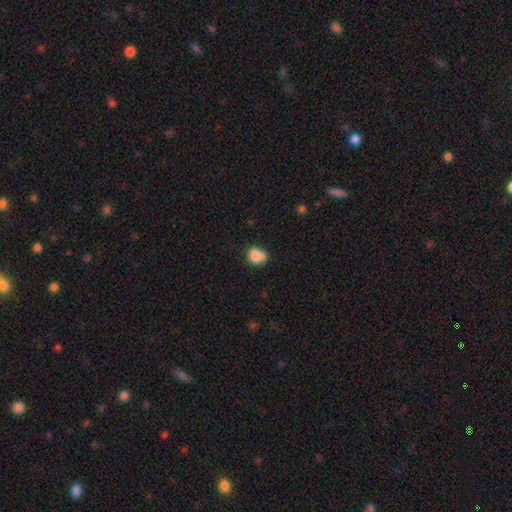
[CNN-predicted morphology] Smooth or featured?
  - smooth: 81% *
  - star or artifact: 10%
  - featured or disk: 9%
How rounded?
  - round: 64% *
  - in between: 35%
  - cigar-shaped: 1%
Merging?
  - none: 46% *
  - merger: 24%
  - minor disturbance: 23%
  - major disturbance: 7%